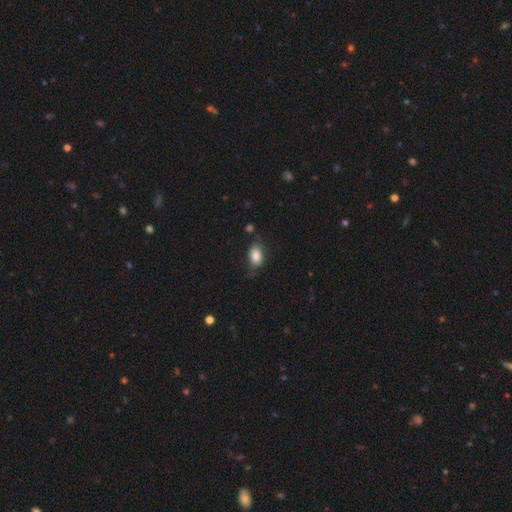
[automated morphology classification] Smooth or featured?
  - smooth: 84% *
  - featured or disk: 8%
  - star or artifact: 8%
How rounded?
  - in between: 88% *
  - round: 10%
  - cigar-shaped: 2%
Merging?
  - none: 66% *
  - minor disturbance: 24%
  - major disturbance: 7%
  - merger: 3%